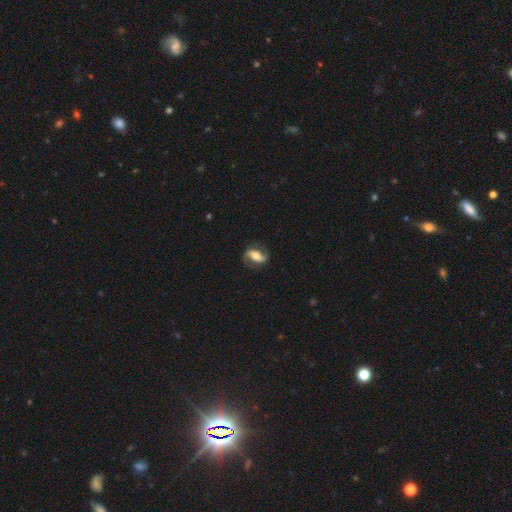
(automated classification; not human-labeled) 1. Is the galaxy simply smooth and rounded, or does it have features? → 65% featured or disk, 28% smooth, 7% star or artifact.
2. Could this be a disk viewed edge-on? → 93% no, 7% yes.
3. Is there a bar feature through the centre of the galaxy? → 42% strong, 31% no, 27% weak.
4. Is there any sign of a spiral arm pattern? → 88% yes, 12% no.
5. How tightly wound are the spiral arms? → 44% loose, 37% medium, 19% tight.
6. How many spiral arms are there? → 87% 2, 5% 1, 5% can't tell, 1% 3, 1% 4, 1% more than 4.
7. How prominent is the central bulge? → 52% moderate, 21% large, 20% small, 4% dominant, 3% none.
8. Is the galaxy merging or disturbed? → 75% none, 16% minor disturbance, 8% major disturbance, 1% merger.